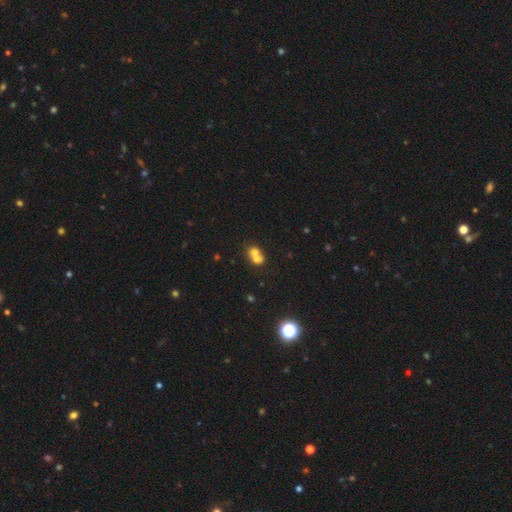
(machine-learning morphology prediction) Smooth or featured?
  - smooth: 66% *
  - featured or disk: 20%
  - star or artifact: 13%
How rounded?
  - round: 59% *
  - in between: 40%
  - cigar-shaped: 1%
Merging?
  - merger: 70% *
  - none: 22%
  - minor disturbance: 6%
  - major disturbance: 3%